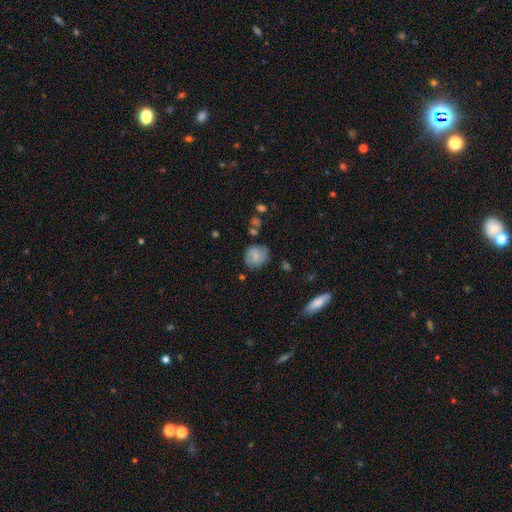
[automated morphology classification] Smooth or featured?
  - smooth: 73% *
  - featured or disk: 18%
  - star or artifact: 9%
How rounded?
  - round: 71% *
  - in between: 28%
  - cigar-shaped: 1%
Merging?
  - none: 65% *
  - minor disturbance: 23%
  - major disturbance: 7%
  - merger: 4%